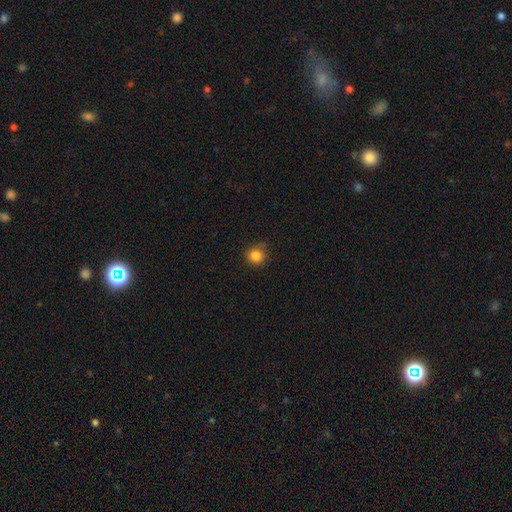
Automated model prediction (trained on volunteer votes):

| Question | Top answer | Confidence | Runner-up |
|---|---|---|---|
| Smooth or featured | smooth | 84% | star or artifact (12%) |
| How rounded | round | 92% | in between (7%) |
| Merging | none | 81% | minor disturbance (15%) |